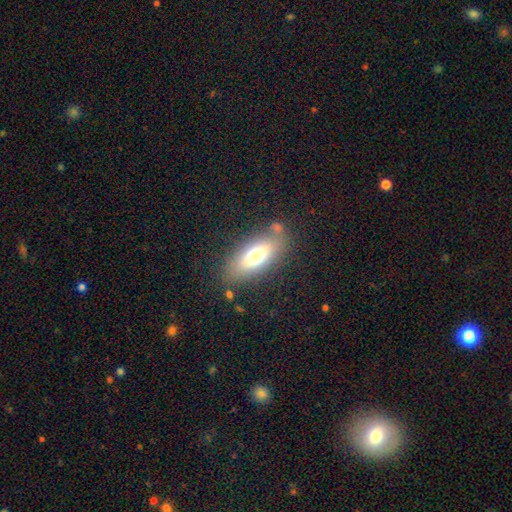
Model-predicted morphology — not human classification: Overall: smooth (70%). How rounded: in between (78%). Merging: none (75%).